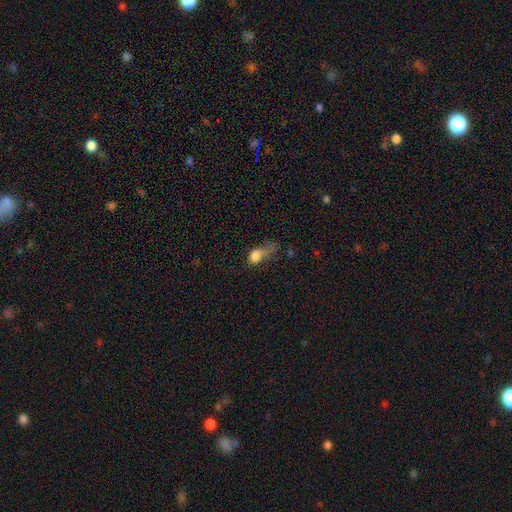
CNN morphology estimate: Smooth or featured? smooth (74%)
How rounded? in between (64%)
Merging? major disturbance (52%)